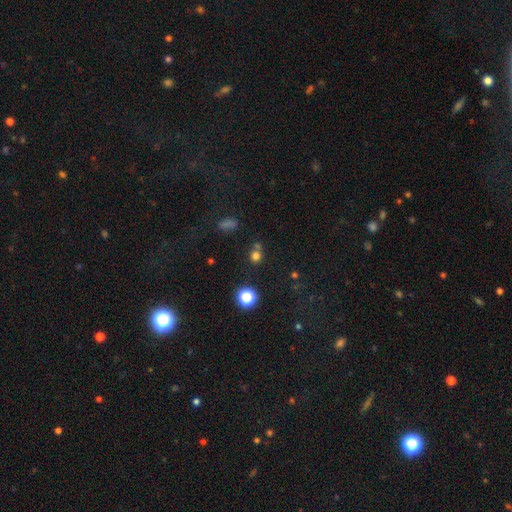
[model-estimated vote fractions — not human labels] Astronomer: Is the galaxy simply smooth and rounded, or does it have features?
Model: smooth — 71%.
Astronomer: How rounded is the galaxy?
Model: round — 84%.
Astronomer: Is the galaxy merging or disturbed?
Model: none — 63%.